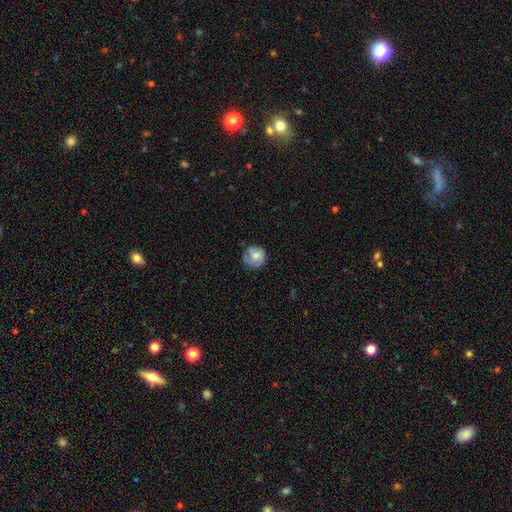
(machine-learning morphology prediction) smooth_or_featured: smooth (p=0.72) [alt: featured or disk p=0.20]
how_rounded: round (p=0.86) [alt: in between p=0.13]
merging: none (p=0.63) [alt: minor disturbance p=0.26]